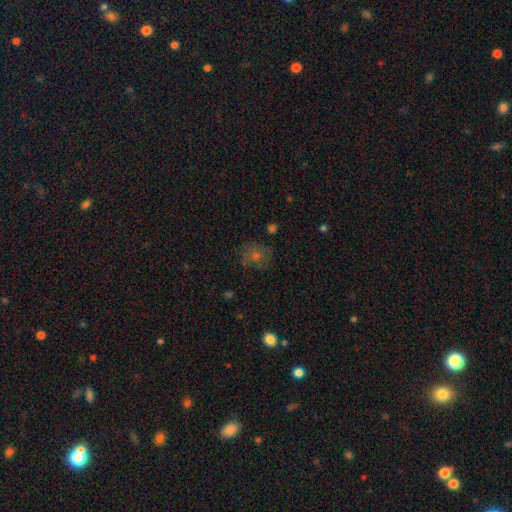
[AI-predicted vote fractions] Q: Smooth or featured?
A: smooth (50%); runner-up: star or artifact (25%)
Q: Merging?
A: none (74%); runner-up: minor disturbance (16%)